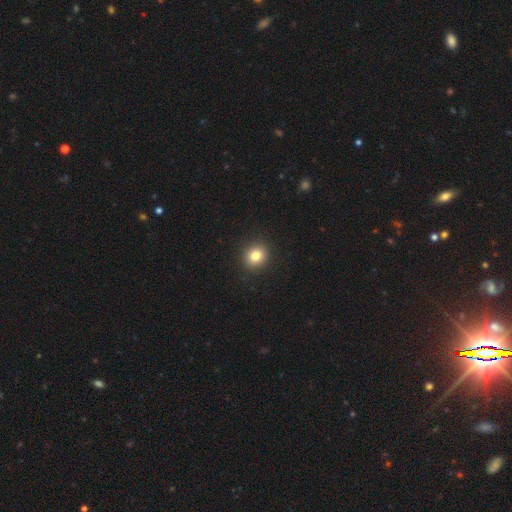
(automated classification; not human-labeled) This appears to be a smooth galaxy with no disk features (81%) that is round (82%). Merging: none (92%).